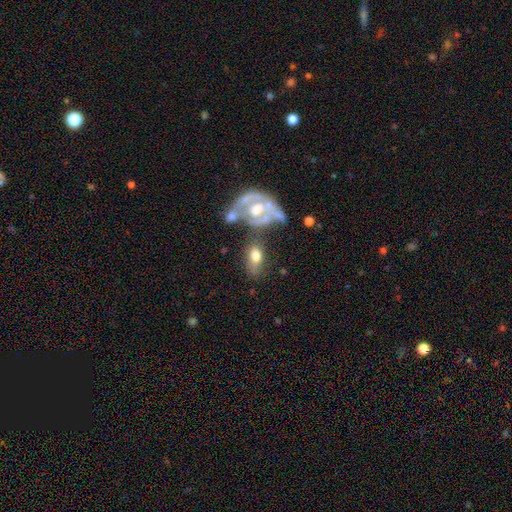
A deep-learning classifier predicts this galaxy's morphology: A smooth galaxy with no disk features (59%) that is in between round and cigar-shaped (87%).

Vote fractions:
- Smooth or featured? smooth: 59% / featured or disk: 34% / star or artifact: 7%
- How rounded? in between: 87% / round: 8% / cigar-shaped: 5%
- Merging? none: 44% / merger: 26% / minor disturbance: 19% / major disturbance: 11%